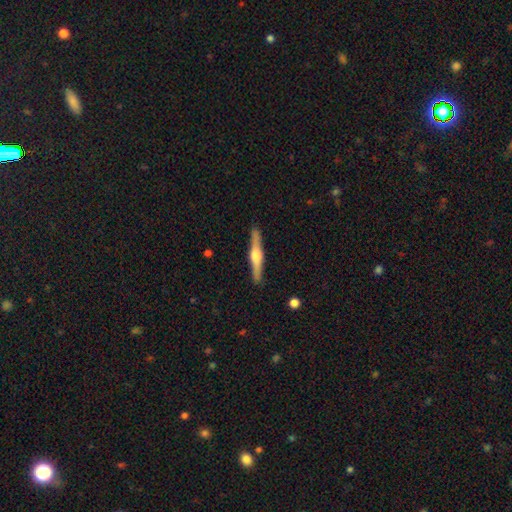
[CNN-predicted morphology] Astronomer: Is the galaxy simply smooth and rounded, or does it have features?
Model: featured or disk — 72%.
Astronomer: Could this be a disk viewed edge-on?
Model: yes — 98%.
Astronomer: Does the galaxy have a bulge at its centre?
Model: rounded — 89%.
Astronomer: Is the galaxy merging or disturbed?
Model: none — 90%.